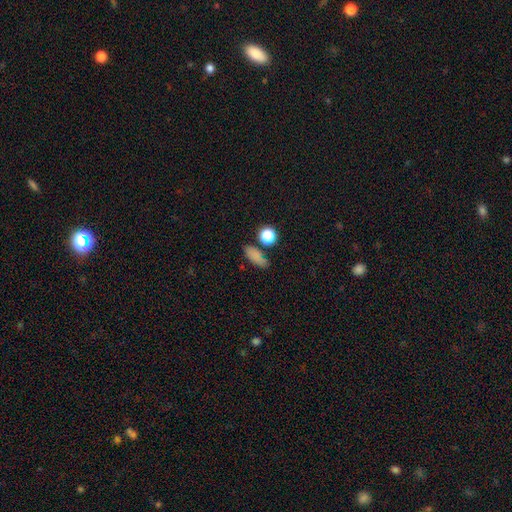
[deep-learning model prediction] Q: Smooth or featured?
A: smooth (79%); runner-up: star or artifact (14%)
Q: How rounded?
A: in between (61%); runner-up: cigar-shaped (24%)
Q: Merging?
A: none (74%); runner-up: minor disturbance (14%)